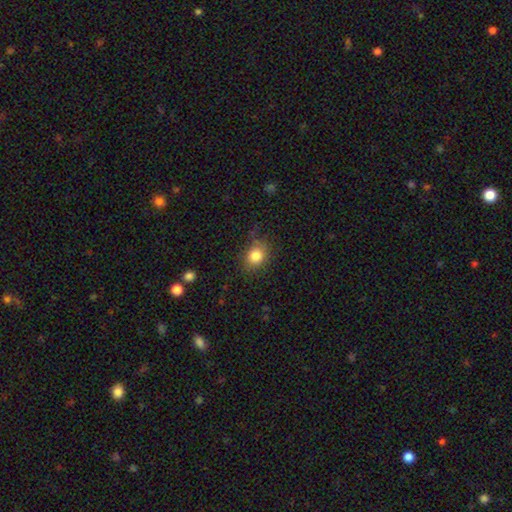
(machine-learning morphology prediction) Q: Smooth or featured?
A: smooth (83%); runner-up: star or artifact (10%)
Q: How rounded?
A: round (56%); runner-up: in between (43%)
Q: Merging?
A: none (79%); runner-up: minor disturbance (16%)